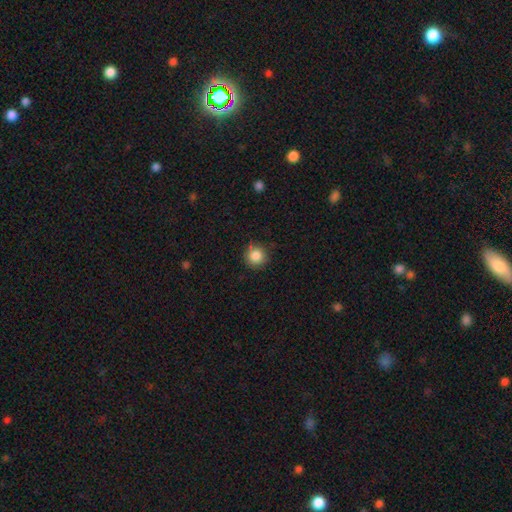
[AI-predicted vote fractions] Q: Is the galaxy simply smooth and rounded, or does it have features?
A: smooth — 86%.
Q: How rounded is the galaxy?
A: round — 94%.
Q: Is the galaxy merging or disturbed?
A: none — 85%.